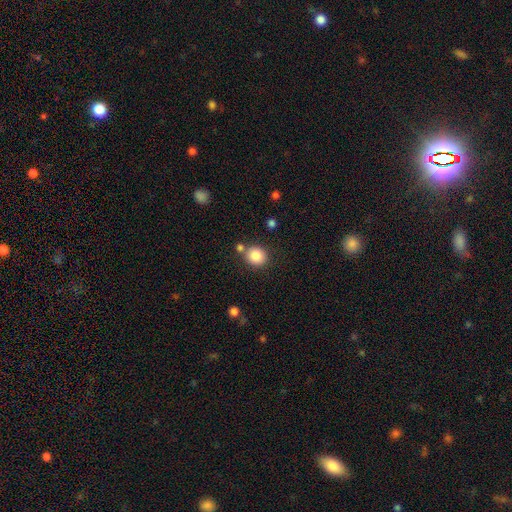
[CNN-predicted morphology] smooth-or-featured: smooth: 85% | star or artifact: 9% | featured or disk: 6%
  how-rounded: round: 85% | in between: 14% | cigar-shaped: 1%
  merging: none: 74% | merger: 13% | minor disturbance: 10% | major disturbance: 3%